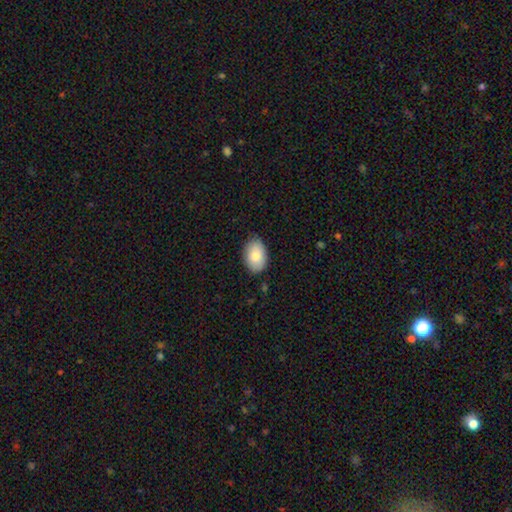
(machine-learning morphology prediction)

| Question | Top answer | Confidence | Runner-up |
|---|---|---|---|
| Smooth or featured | smooth | 82% | featured or disk (11%) |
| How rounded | in between | 88% | round (11%) |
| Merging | none | 82% | minor disturbance (14%) |